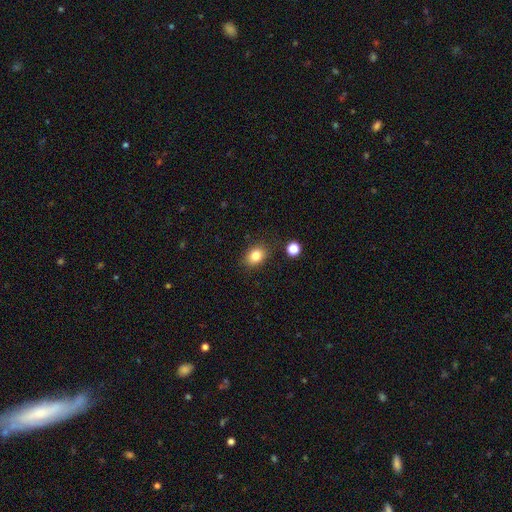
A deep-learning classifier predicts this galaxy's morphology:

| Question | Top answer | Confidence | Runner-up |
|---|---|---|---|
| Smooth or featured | smooth | 82% | star or artifact (11%) |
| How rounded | in between | 60% | round (39%) |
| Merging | none | 83% | minor disturbance (11%) |